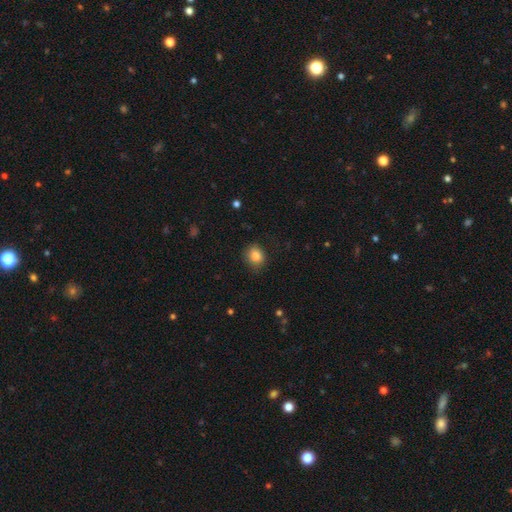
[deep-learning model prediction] Overall: smooth (84%). How rounded: round (60%; in between 39%). Merging: none (80%).